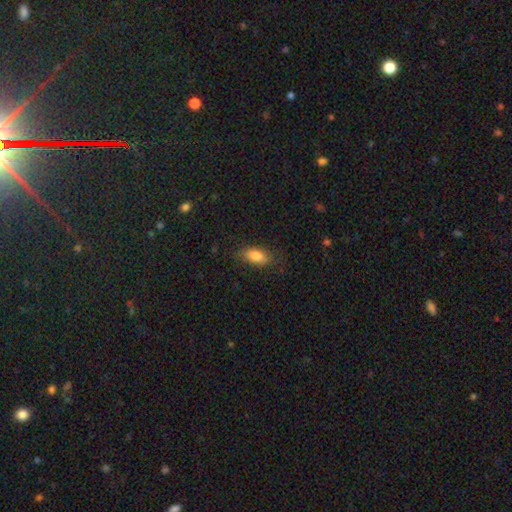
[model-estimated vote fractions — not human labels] A smooth galaxy with no disk features (84%) that is in between round and cigar-shaped (86%). Merging: none (77%).